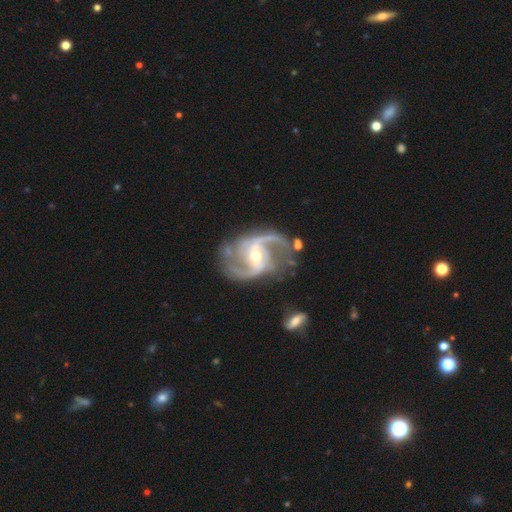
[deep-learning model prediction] Morphology: type=featured or disk (93%); edge-on=no (98%); bar=weak (40%); spiral arms=yes (98%); winding=medium (53%); arm count=2 (90%); bulge=moderate (49%); merging=none (67%).